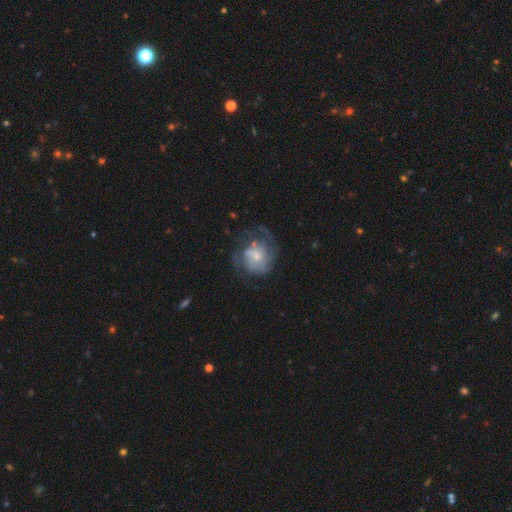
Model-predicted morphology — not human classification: Overall: featured or disk (66%; smooth 27%). Edge-on disk: no (98%). Bar: no (71%). Spiral arms: yes (78%). Bulge size: small (56%; moderate 33%). Merging: none (45%; major disturbance 28%).